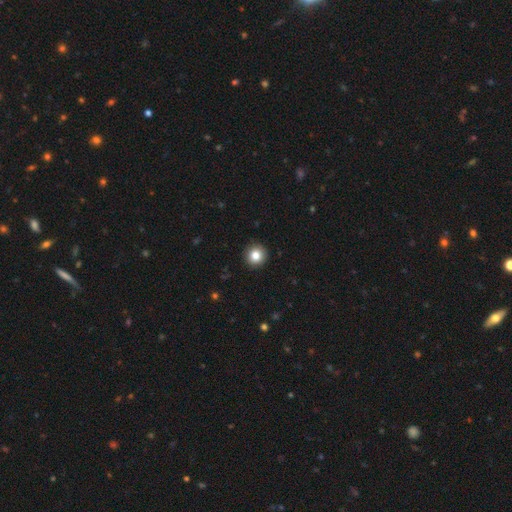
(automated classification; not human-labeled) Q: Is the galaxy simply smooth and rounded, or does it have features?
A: smooth — 83%.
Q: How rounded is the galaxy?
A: round — 94%.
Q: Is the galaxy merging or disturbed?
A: none — 93%.